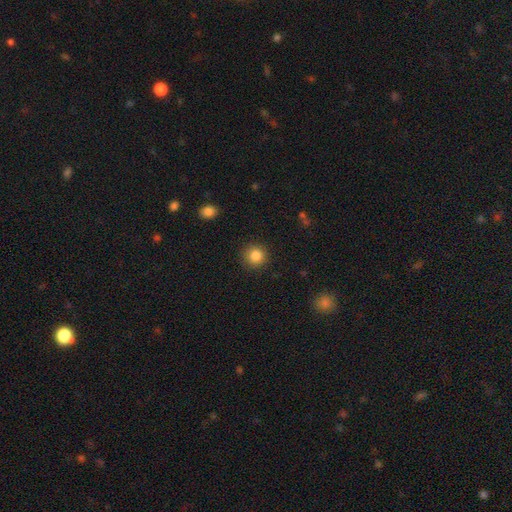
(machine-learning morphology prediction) Smooth or featured? Predicted: smooth (p=0.85). How rounded? Predicted: round (p=0.93). Merging? Predicted: none (p=0.90).